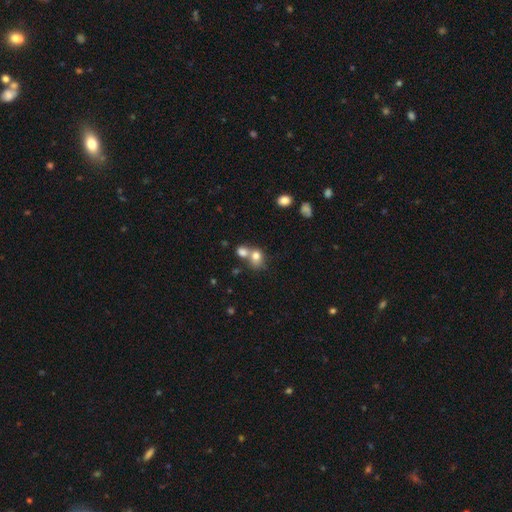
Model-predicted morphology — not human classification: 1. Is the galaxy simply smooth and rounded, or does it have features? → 76% smooth, 12% featured or disk, 12% star or artifact.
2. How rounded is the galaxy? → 63% round, 35% in between, 1% cigar-shaped.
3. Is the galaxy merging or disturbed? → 55% merger, 32% none, 8% minor disturbance, 4% major disturbance.